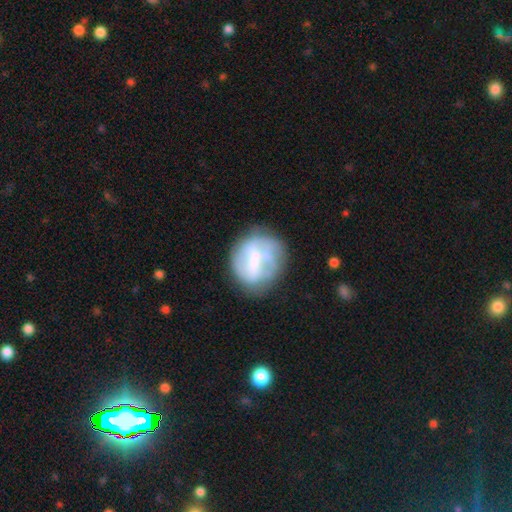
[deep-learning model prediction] Smooth or featured?
  - featured or disk: 52% *
  - smooth: 40%
  - star or artifact: 9%
Edge-on disk?
  - no: 97% *
  - yes: 3%
Merging?
  - none: 57% *
  - minor disturbance: 23%
  - major disturbance: 15%
  - merger: 5%